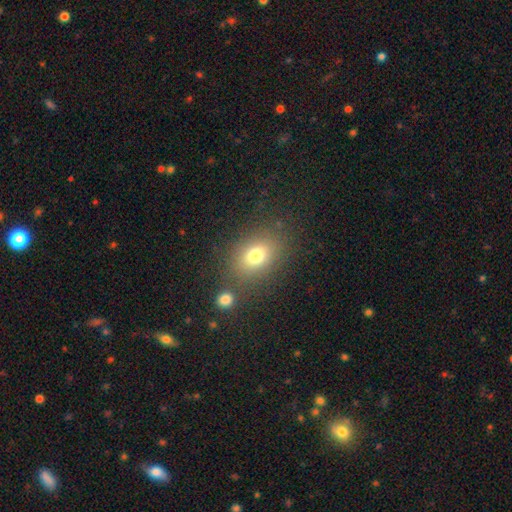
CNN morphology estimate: A smooth galaxy with no disk features (75%) that is in between round and cigar-shaped (65%).

Vote fractions:
- Smooth or featured? smooth: 75% / star or artifact: 13% / featured or disk: 11%
- How rounded? in between: 65% / round: 34% / cigar-shaped: 1%
- Merging? none: 76% / minor disturbance: 11% / merger: 8% / major disturbance: 5%